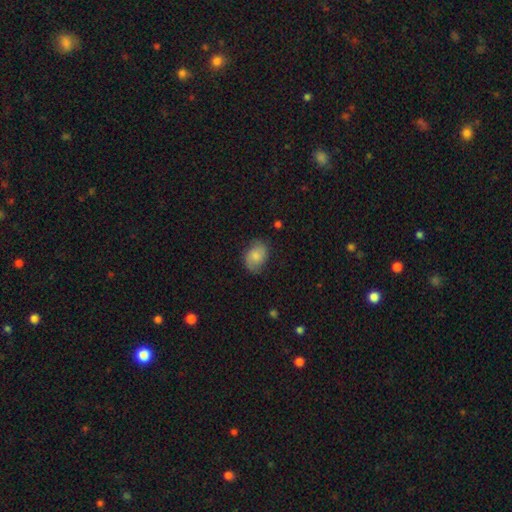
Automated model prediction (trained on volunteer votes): This is likely a smooth galaxy (69%). How rounded: likely in between (72%). Merging: likely none (71%).